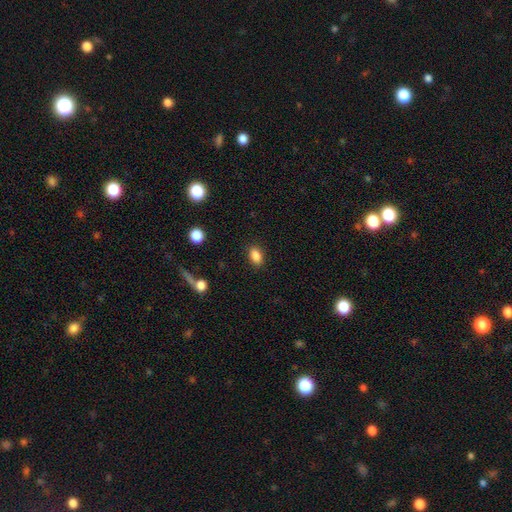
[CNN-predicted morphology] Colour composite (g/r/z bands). It shows a smooth galaxy with no disk features (86%) that is in between round and cigar-shaped (85%). Merging: none (88%).